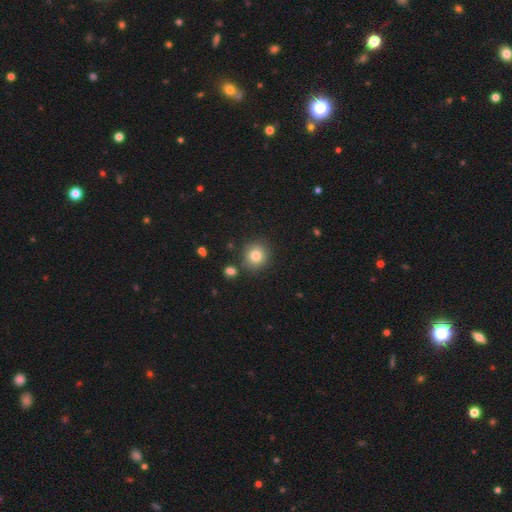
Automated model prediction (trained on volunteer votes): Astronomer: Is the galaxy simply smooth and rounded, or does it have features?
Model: smooth — 81%.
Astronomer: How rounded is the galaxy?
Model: round — 88%.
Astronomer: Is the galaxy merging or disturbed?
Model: none — 83%.